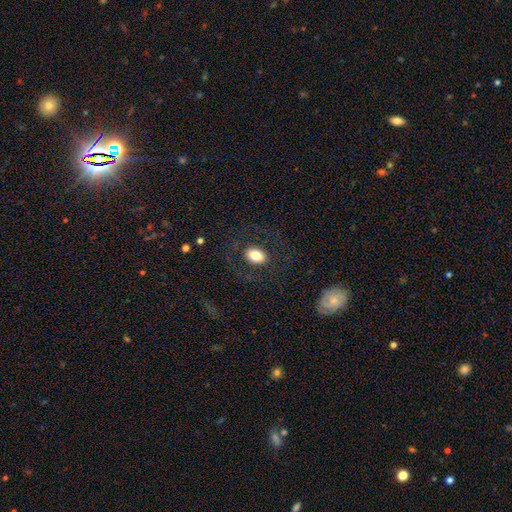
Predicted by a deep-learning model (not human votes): A smooth galaxy with no disk features (76%) that is in between round and cigar-shaped (82%). Merging: none (81%).